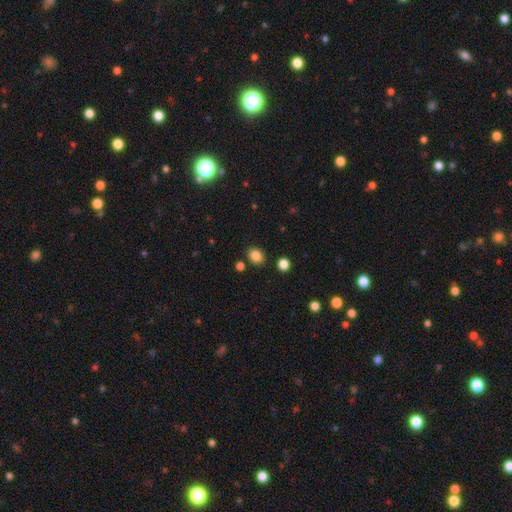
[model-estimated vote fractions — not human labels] Q: Smooth or featured?
A: smooth (85%); runner-up: star or artifact (11%)
Q: How rounded?
A: in between (50%); runner-up: round (49%)
Q: Merging?
A: none (84%); runner-up: minor disturbance (9%)